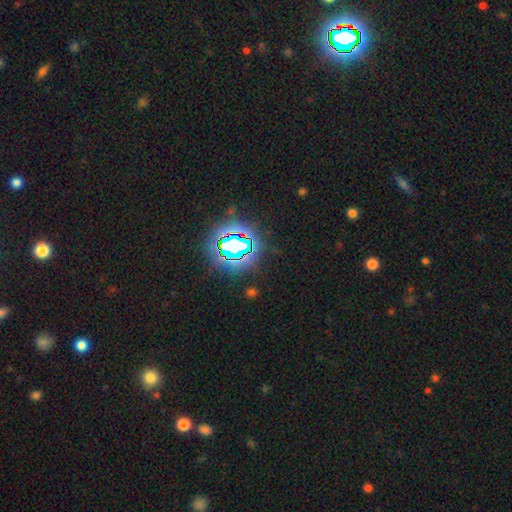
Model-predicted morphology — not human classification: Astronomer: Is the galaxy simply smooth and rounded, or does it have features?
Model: star or artifact — 83%.